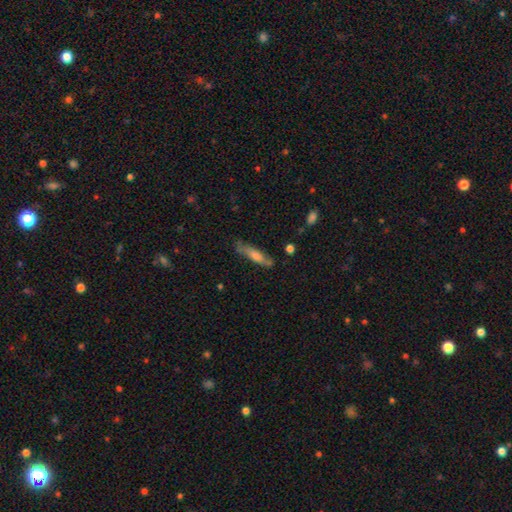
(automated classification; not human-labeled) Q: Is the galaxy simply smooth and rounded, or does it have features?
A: smooth — 51%.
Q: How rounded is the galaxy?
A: cigar-shaped — 79%.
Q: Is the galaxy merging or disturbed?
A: none — 72%.